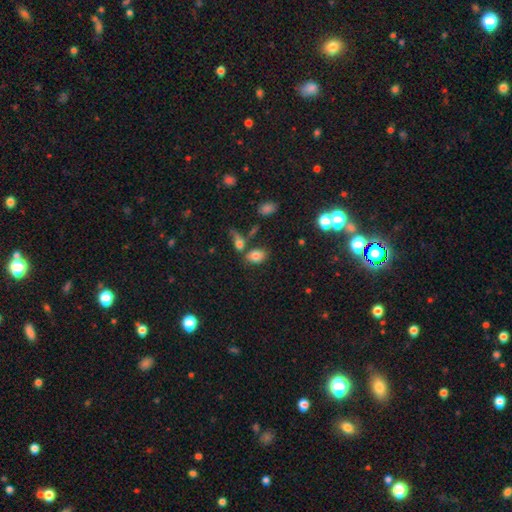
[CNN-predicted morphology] Smooth or featured?
  - smooth: 77% *
  - featured or disk: 11%
  - star or artifact: 11%
How rounded?
  - in between: 79% *
  - round: 19%
  - cigar-shaped: 2%
Merging?
  - none: 61% *
  - merger: 19%
  - minor disturbance: 13%
  - major disturbance: 6%